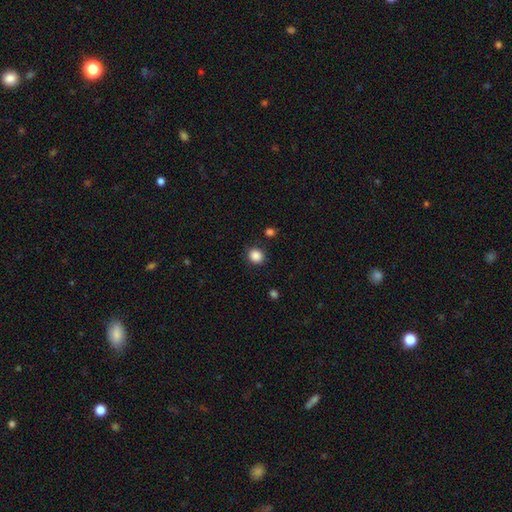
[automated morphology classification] smooth 87%, star or artifact 10%, featured or disk 3%. Down the decision tree: how rounded — round (80%); merging — none (87%).